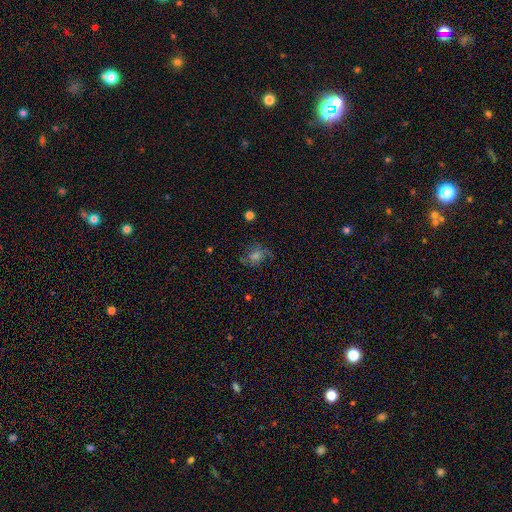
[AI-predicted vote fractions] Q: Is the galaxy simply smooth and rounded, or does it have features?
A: smooth — 38%.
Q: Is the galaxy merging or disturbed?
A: none — 62%.